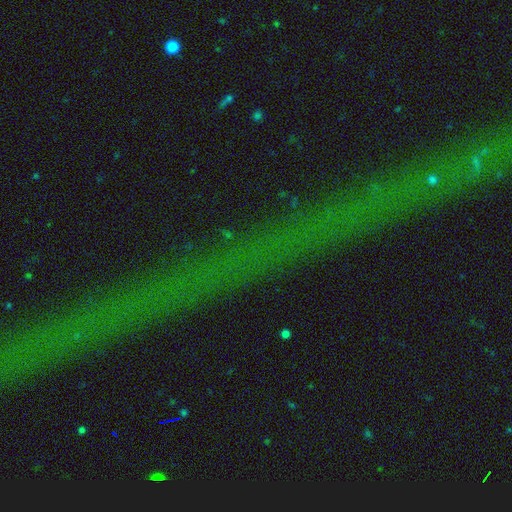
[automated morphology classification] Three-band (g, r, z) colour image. It shows a star or artifact, not a galaxy (76%).